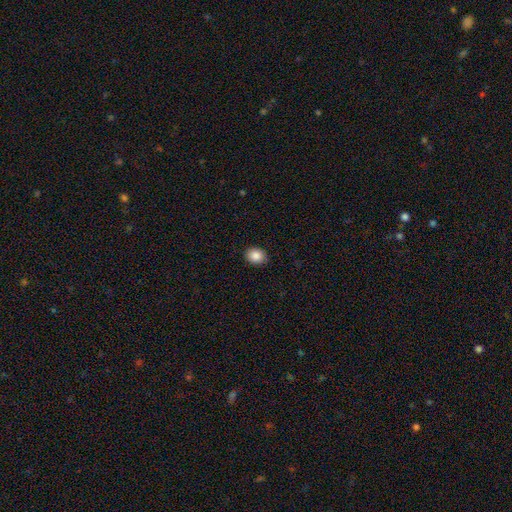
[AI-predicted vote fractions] Smooth or featured? smooth (87%)
How rounded? round (53%)
Merging? none (89%)